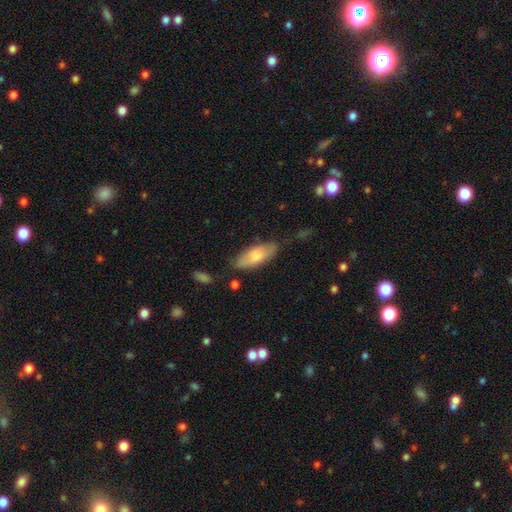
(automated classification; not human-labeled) This is likely a smooth galaxy (75%). How rounded: likely in between (77%). Merging: likely none (66%).